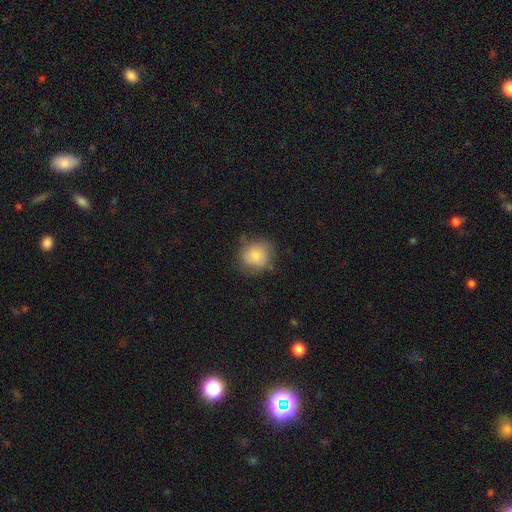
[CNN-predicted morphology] A smooth galaxy with no disk features (78%) that is round (87%). Merging: none (70%).